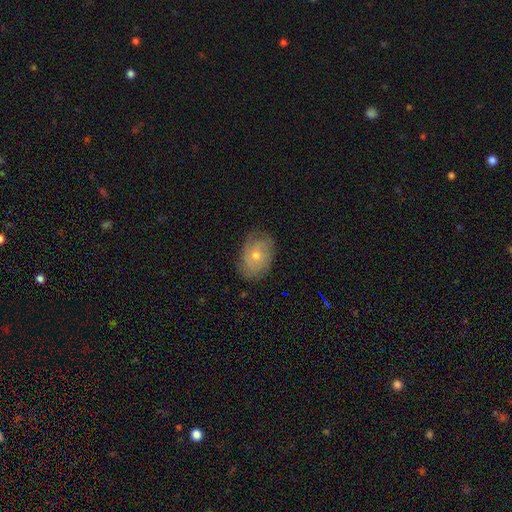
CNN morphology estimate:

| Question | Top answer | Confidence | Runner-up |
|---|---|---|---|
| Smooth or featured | featured or disk | 62% | smooth (29%) |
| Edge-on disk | no | 95% | yes (5%) |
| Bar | no | 81% | weak (16%) |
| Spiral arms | yes | 82% | no (18%) |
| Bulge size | small | 49% | moderate (48%) |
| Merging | none | 75% | minor disturbance (19%) |